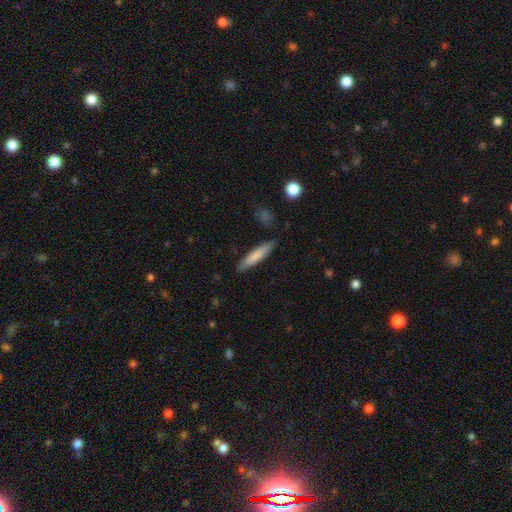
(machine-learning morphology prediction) Smooth or featured? Predicted: smooth (p=0.78). How rounded? Predicted: cigar-shaped (p=0.86). Merging? Predicted: none (p=0.86).